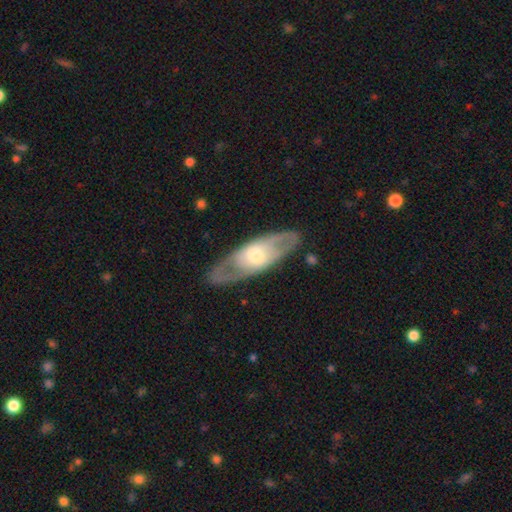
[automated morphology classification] Smooth or featured?
  - featured or disk: 66% *
  - smooth: 29%
  - star or artifact: 5%
Edge-on disk?
  - no: 75% *
  - yes: 25%
Merging?
  - none: 81% *
  - minor disturbance: 12%
  - major disturbance: 5%
  - merger: 1%